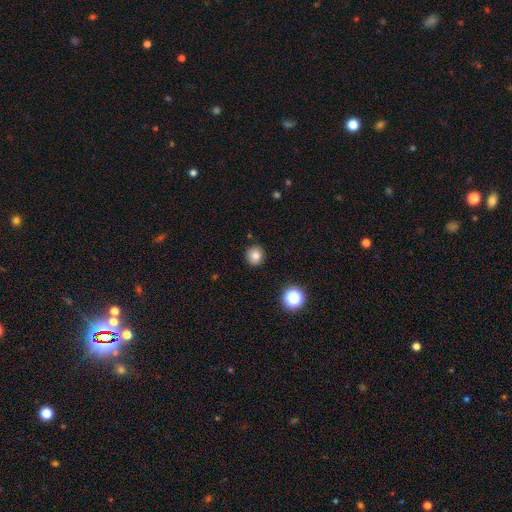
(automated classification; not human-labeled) This is likely a smooth galaxy (79%). How rounded: clearly round (90%). Merging: clearly none (91%).